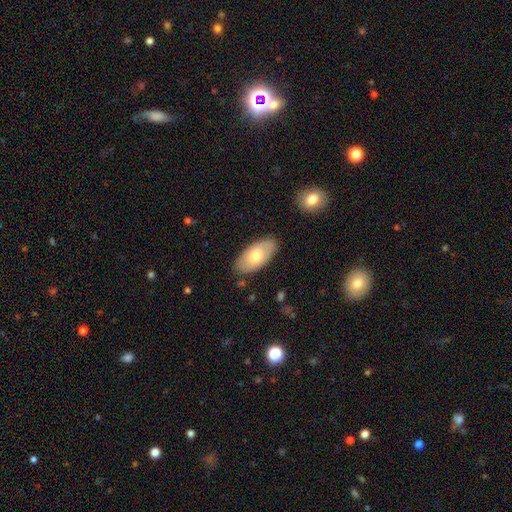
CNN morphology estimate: The model was most divided on "smooth or featured": smooth: 68%, featured or disk: 27%, star or artifact: 6%. More confident: how rounded — in between (94%); merging — none (83%).